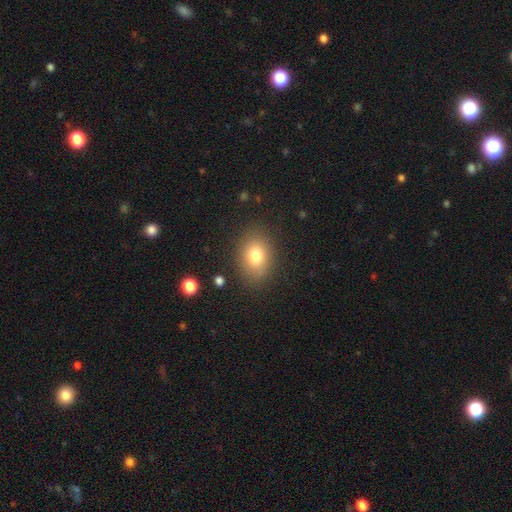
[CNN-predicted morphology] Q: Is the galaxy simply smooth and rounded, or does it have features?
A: smooth — 78%.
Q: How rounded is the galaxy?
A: in between — 67%.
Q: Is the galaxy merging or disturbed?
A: none — 83%.